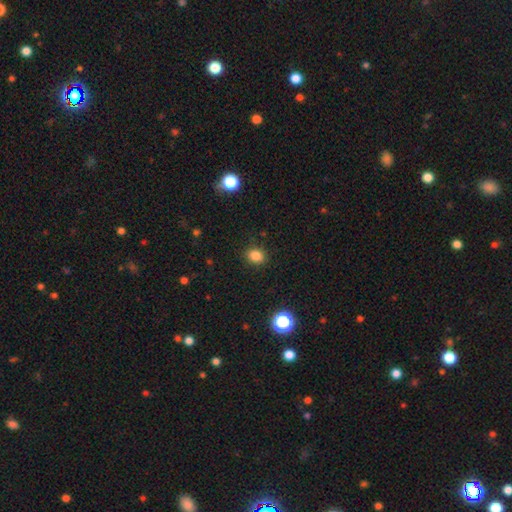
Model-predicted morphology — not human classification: A smooth galaxy with no disk features (84%) that is round (61%).

Vote fractions:
- Smooth or featured? smooth: 84% / star or artifact: 12% / featured or disk: 4%
- How rounded? round: 61% / in between: 38% / cigar-shaped: 1%
- Merging? none: 88% / minor disturbance: 8% / major disturbance: 2% / merger: 1%